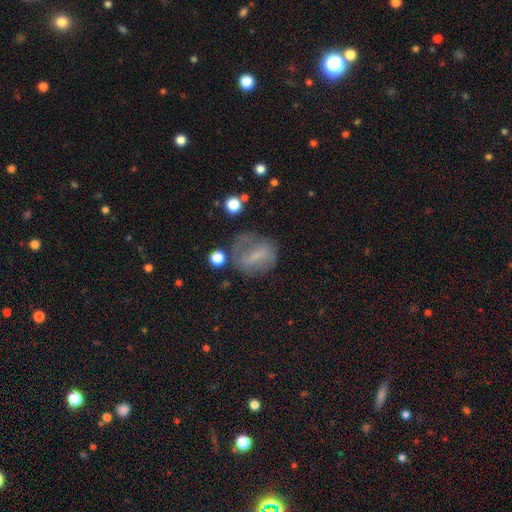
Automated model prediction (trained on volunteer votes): Morphology: type=smooth (45%); merging=none (52%).